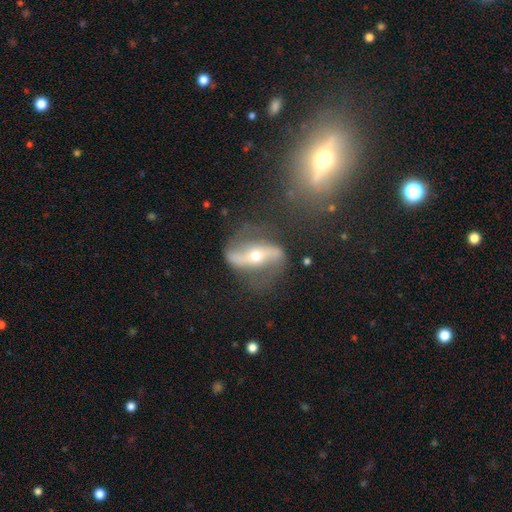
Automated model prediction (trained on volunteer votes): This is clearly a featured or disk galaxy (86%). It is clearly not viewed edge-on (90%). Bar: possibly strong (56%). Spiral arm pattern: clearly yes (91%). Spiral arm count: clearly 2 (92%). Spiral winding: likely loose (76%). Central bulge: possibly moderate (54%). Merging: likely none (71%).